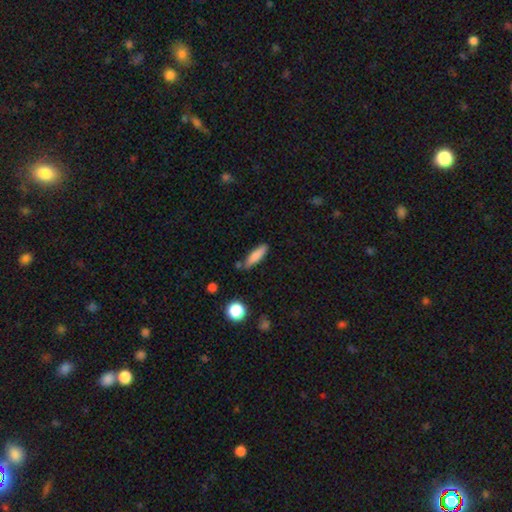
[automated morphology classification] The model was most divided on "how rounded": cigar-shaped: 66%, in between: 32%, round: 2%. More confident: smooth or featured — smooth (80%); merging — none (76%).